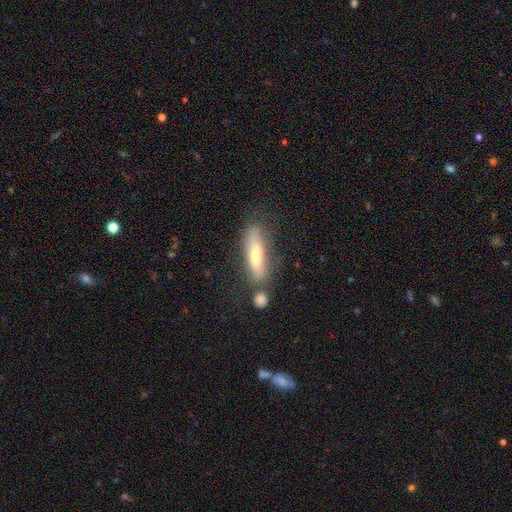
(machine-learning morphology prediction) Smooth or featured? smooth (54%)
How rounded? cigar-shaped (71%)
Merging? none (61%)